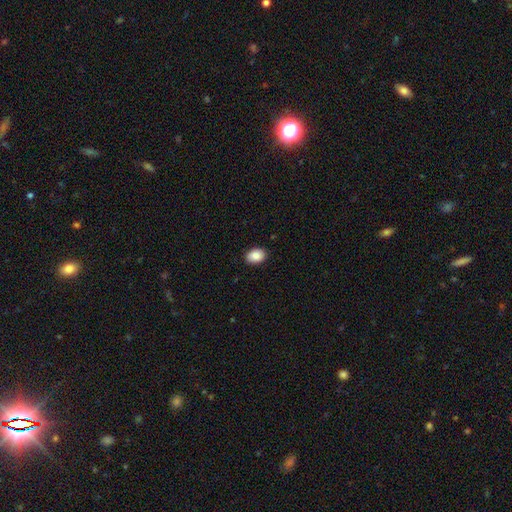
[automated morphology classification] smooth_or_featured: smooth (p=0.87) [alt: star or artifact p=0.08]
how_rounded: in between (p=0.79) [alt: round p=0.20]
merging: none (p=0.89) [alt: minor disturbance p=0.08]